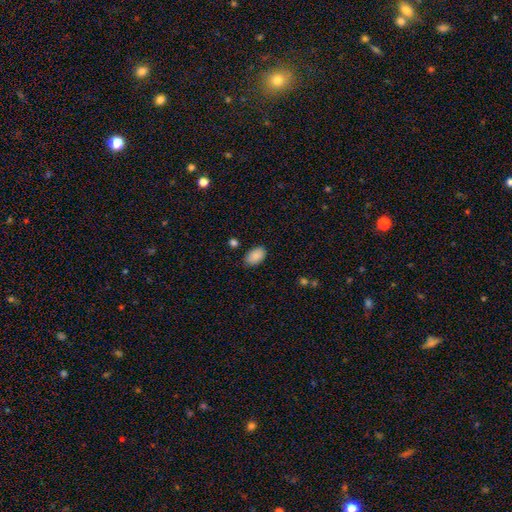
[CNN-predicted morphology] This is clearly a smooth galaxy (89%). How rounded: clearly in between (92%). Merging: clearly none (83%).